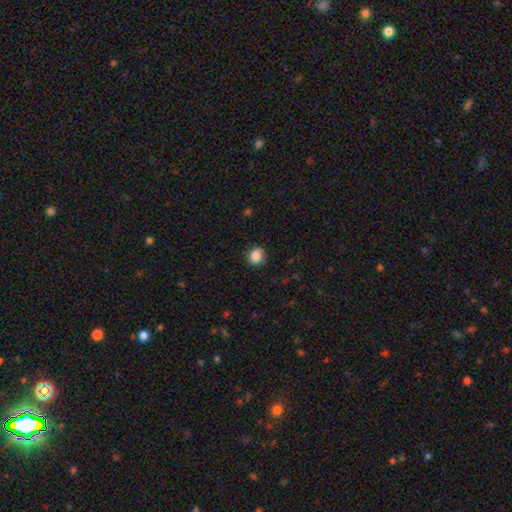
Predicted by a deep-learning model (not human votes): Overall: smooth (86%). How rounded: round (82%). Merging: none (89%).